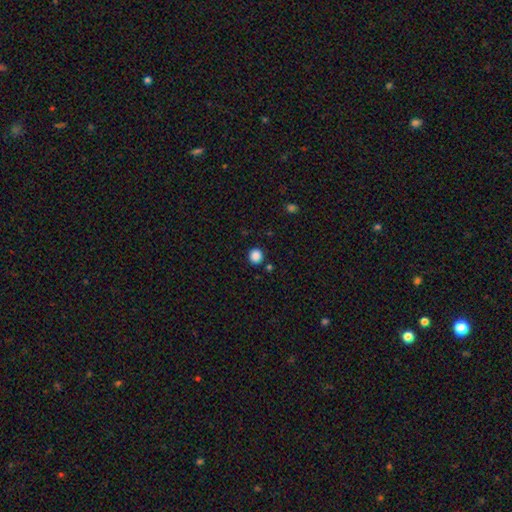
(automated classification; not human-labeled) A smooth galaxy with no disk features (87%) that is round (89%). Merging: none (90%).